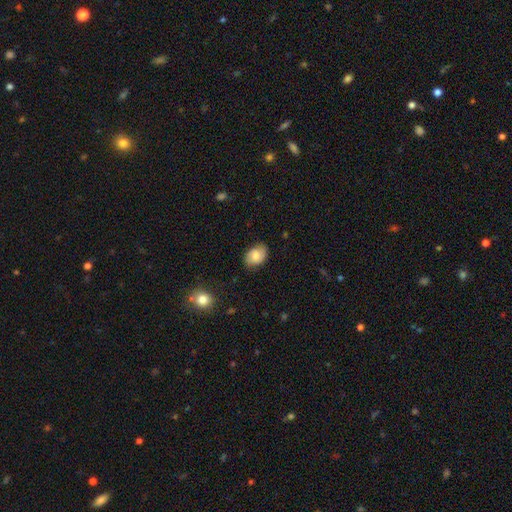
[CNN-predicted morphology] smooth_or_featured: smooth (p=0.75) [alt: featured or disk p=0.17]
how_rounded: in between (p=0.79) [alt: round p=0.20]
merging: none (p=0.79) [alt: minor disturbance p=0.17]